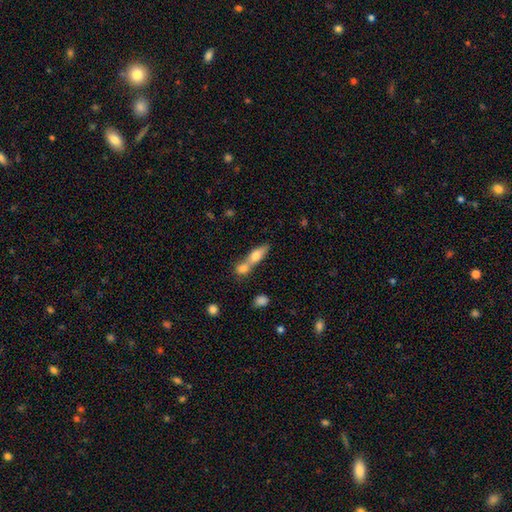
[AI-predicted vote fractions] Smooth or featured? Predicted: smooth (p=0.67). How rounded? Predicted: in between (p=0.52). Merging? Predicted: merger (p=0.61).